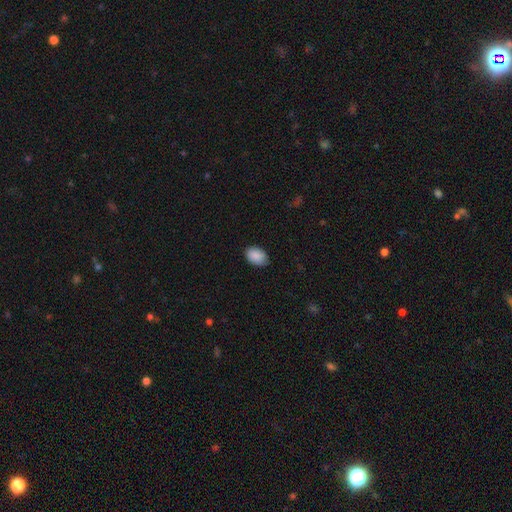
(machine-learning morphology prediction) Smooth or featured: smooth — 90% (star or artifact — 7%)
How rounded: in between — 82% (round — 17%)
Merging: none — 83% (minor disturbance — 14%)